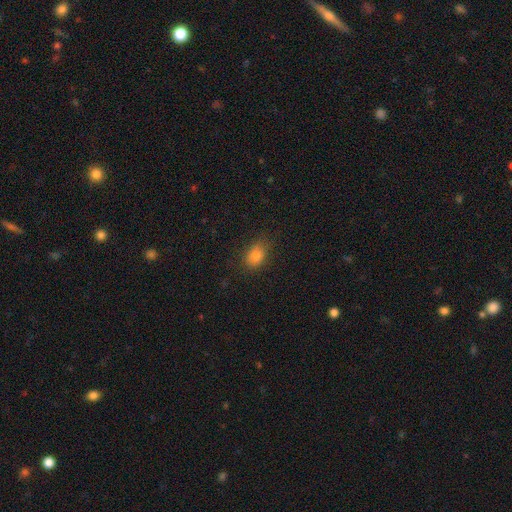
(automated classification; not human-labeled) smooth 83%, star or artifact 11%, featured or disk 6%. Down the decision tree: how rounded — in between (72%); merging — none (78%).